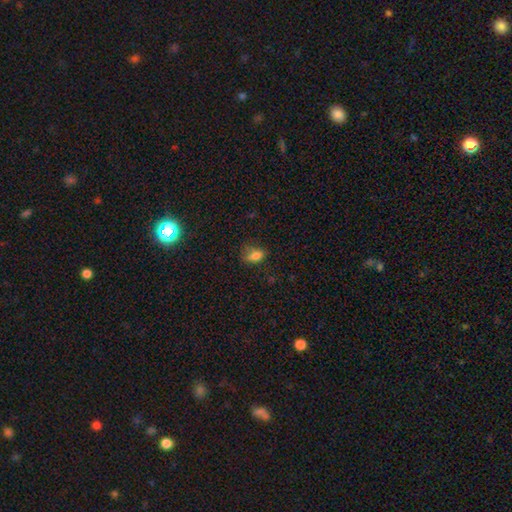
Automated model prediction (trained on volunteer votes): smooth_or_featured: smooth (p=0.76) [alt: star or artifact p=0.14]
how_rounded: in between (p=0.74) [alt: round p=0.23]
merging: none (p=0.49) [alt: minor disturbance p=0.31]